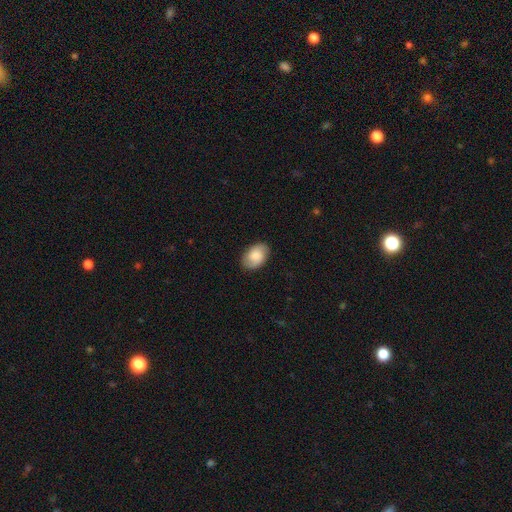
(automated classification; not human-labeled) smooth-or-featured: smooth: 66% | featured or disk: 26% | star or artifact: 8%
  how-rounded: in between: 86% | round: 13% | cigar-shaped: 1%
  merging: none: 84% | minor disturbance: 12% | major disturbance: 3% | merger: 1%